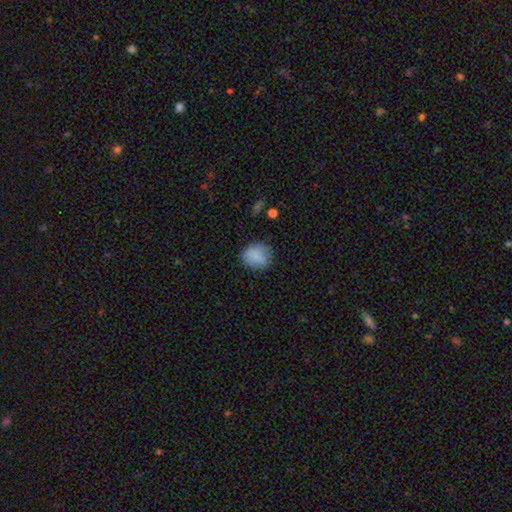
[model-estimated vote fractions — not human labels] smooth-or-featured: smooth: 84% | star or artifact: 9% | featured or disk: 8%
  how-rounded: round: 72% | in between: 27% | cigar-shaped: 1%
  merging: none: 75% | minor disturbance: 18% | major disturbance: 5% | merger: 2%